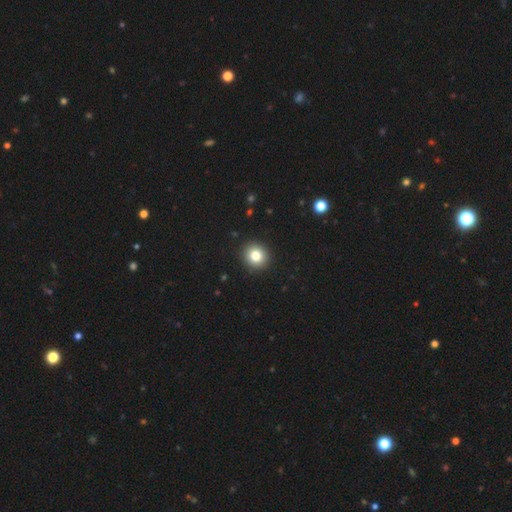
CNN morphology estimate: Q: Smooth or featured?
A: smooth (80%); runner-up: star or artifact (11%)
Q: How rounded?
A: round (90%); runner-up: in between (10%)
Q: Merging?
A: none (92%); runner-up: minor disturbance (5%)